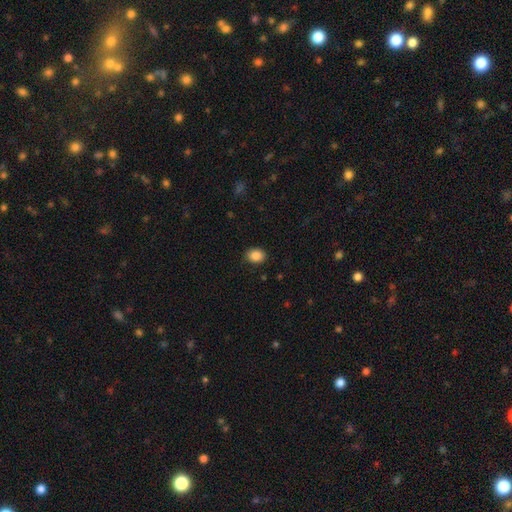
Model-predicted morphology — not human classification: This appears to be a smooth galaxy with no disk features (88%) that is in between round and cigar-shaped (57%). Merging: none (87%).